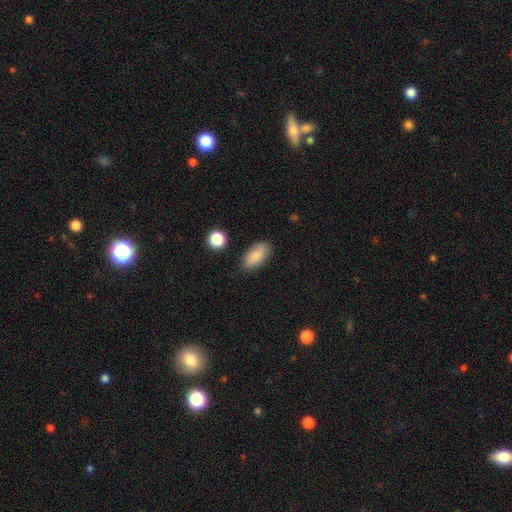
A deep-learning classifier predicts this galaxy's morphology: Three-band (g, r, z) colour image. It shows a smooth galaxy with no disk features (86%) that is in between round and cigar-shaped (92%). Merging: none (82%).